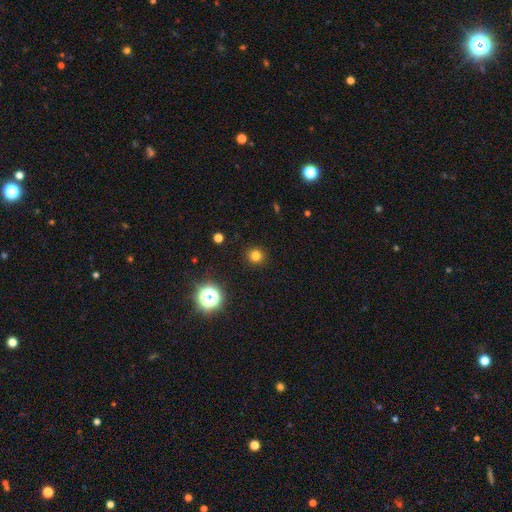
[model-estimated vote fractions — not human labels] Overall: smooth (78%). How rounded: round (94%). Merging: none (92%).